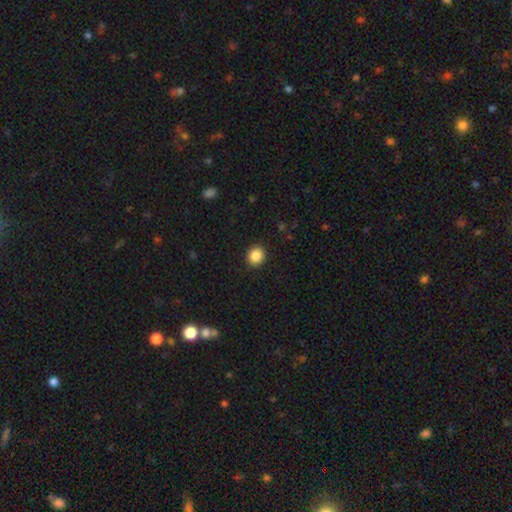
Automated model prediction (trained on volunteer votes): A smooth galaxy with no disk features (87%) that is round (83%). Merging: none (91%).